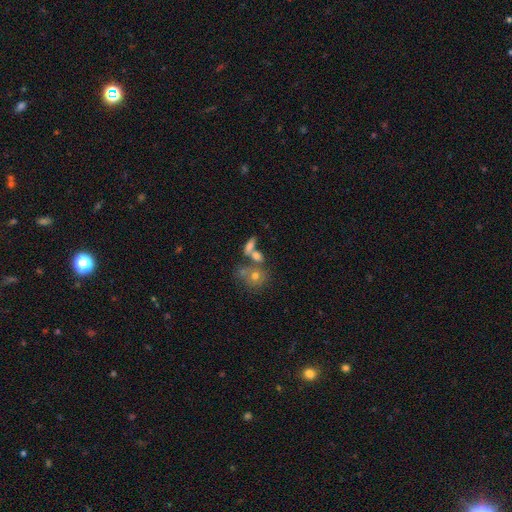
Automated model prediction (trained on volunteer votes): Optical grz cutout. It shows a smooth galaxy with no disk features (60%) that is in between round and cigar-shaped (53%). Merging: merger (41%).